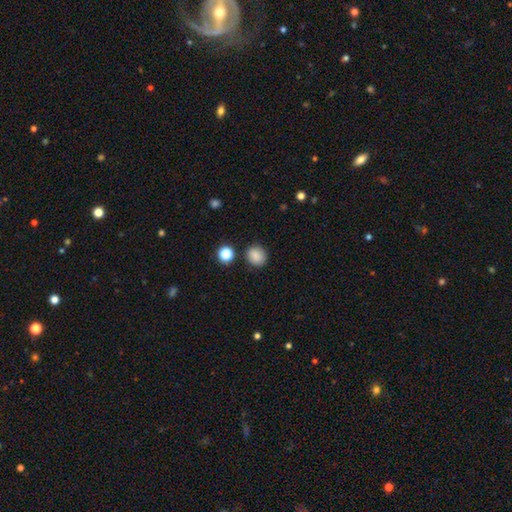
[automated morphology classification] Smooth or featured? smooth (85%)
How rounded? round (77%)
Merging? none (84%)